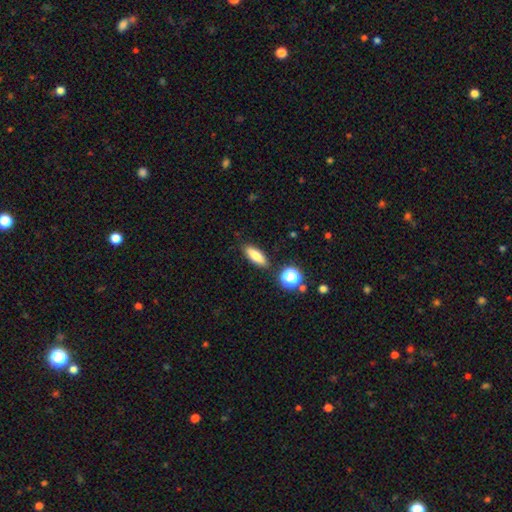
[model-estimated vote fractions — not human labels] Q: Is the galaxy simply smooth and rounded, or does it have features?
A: smooth — 79%.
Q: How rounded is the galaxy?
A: in between — 59%.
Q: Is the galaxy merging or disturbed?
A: none — 85%.